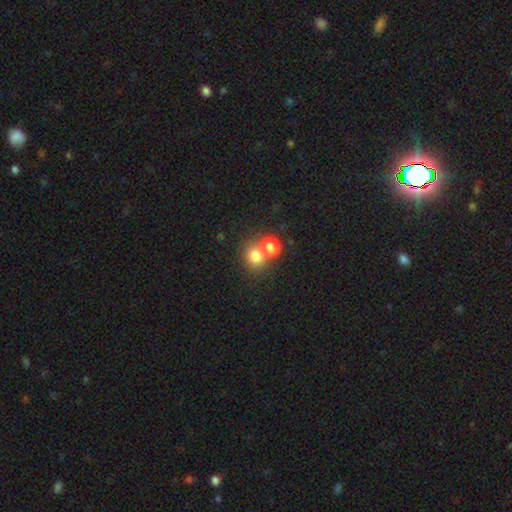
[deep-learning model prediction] Smooth or featured? Predicted: smooth (p=0.76). How rounded? Predicted: round (p=0.77). Merging? Predicted: none (p=0.49).